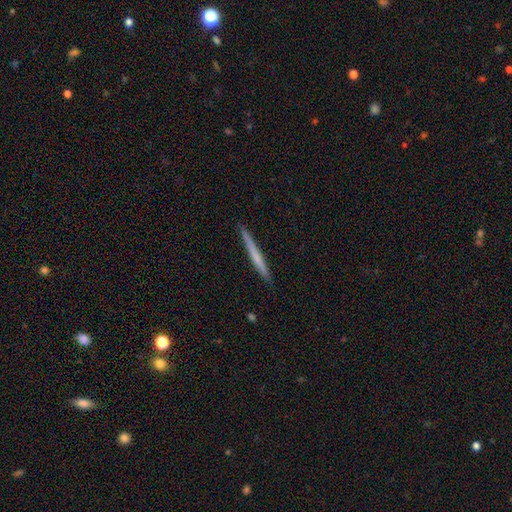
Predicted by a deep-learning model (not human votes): The model was most divided on "smooth or featured": smooth: 55%, featured or disk: 40%, star or artifact: 5%. More confident: how rounded — cigar-shaped (97%); merging — none (91%).